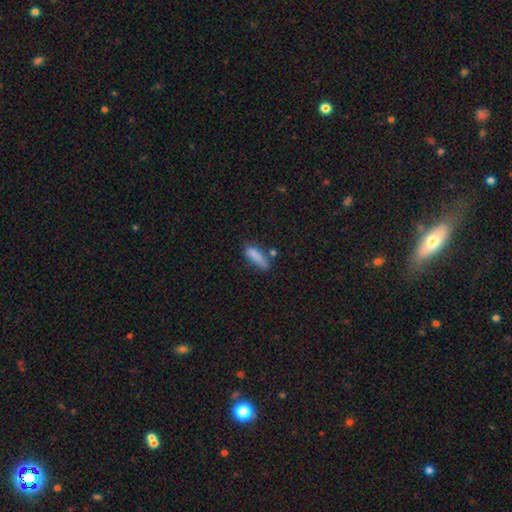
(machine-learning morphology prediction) Smooth or featured? smooth (82%)
How rounded? in between (51%)
Merging? none (52%)